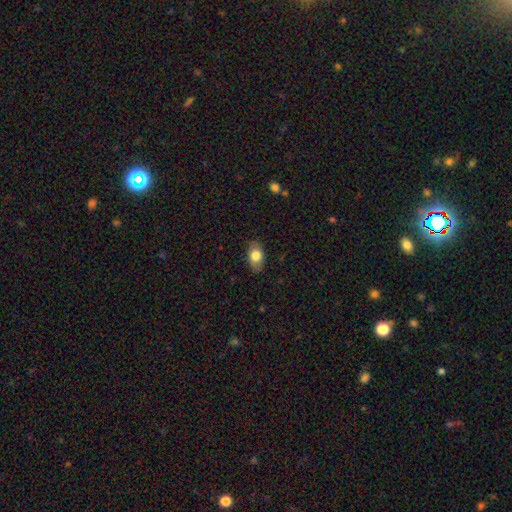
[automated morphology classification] This is likely a smooth galaxy (76%). How rounded: clearly in between (89%). Merging: clearly none (83%).